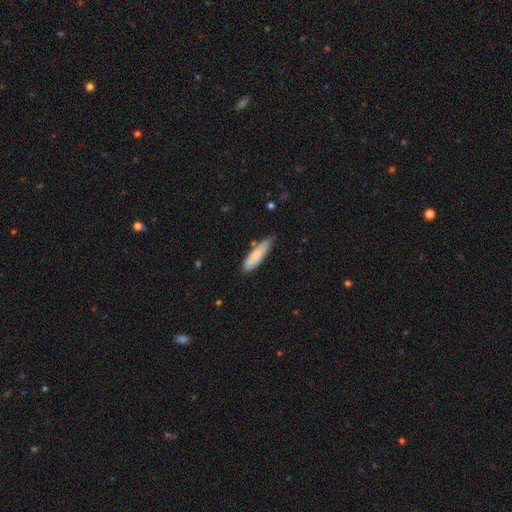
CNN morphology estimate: Smooth or featured: smooth — 81% (featured or disk — 13%)
How rounded: cigar-shaped — 71% (in between — 28%)
Merging: none — 74% (minor disturbance — 20%)